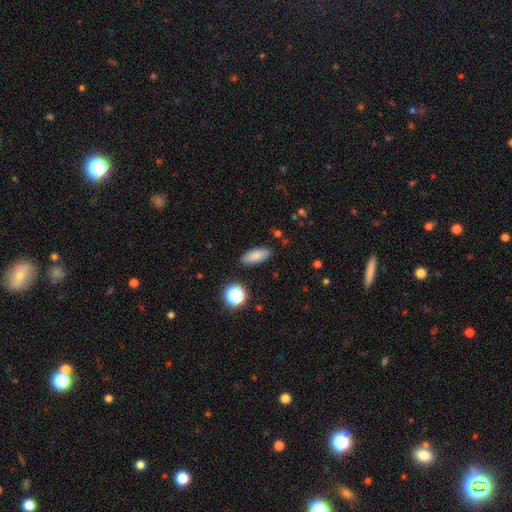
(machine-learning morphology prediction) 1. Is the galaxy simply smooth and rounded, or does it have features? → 82% smooth, 9% star or artifact, 8% featured or disk.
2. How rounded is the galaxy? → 74% in between, 23% cigar-shaped, 4% round.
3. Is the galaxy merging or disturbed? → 87% none, 9% minor disturbance, 2% major disturbance, 2% merger.